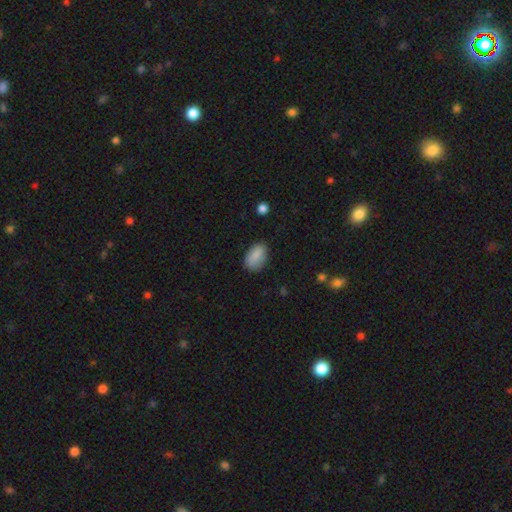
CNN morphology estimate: This is clearly a smooth galaxy (86%). How rounded: clearly in between (91%). Merging: likely none (74%).